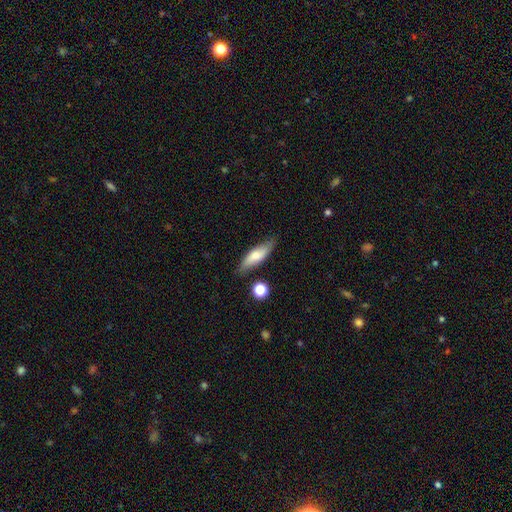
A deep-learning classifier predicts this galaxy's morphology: This is likely a smooth galaxy (67%). How rounded: possibly cigar-shaped (54%). Merging: likely none (78%).